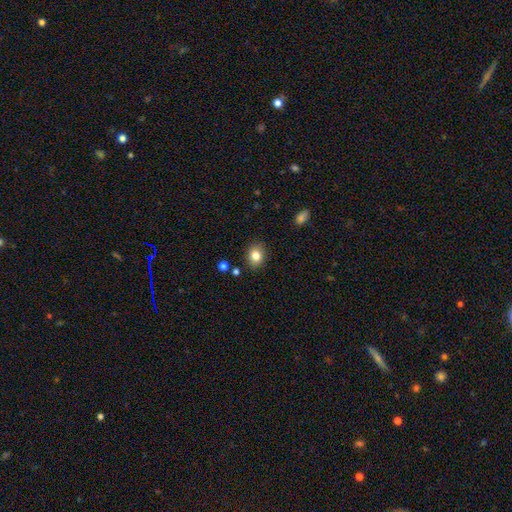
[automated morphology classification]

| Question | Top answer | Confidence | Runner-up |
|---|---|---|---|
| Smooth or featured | smooth | 82% | star or artifact (10%) |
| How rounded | round | 51% | in between (48%) |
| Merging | none | 86% | minor disturbance (10%) |